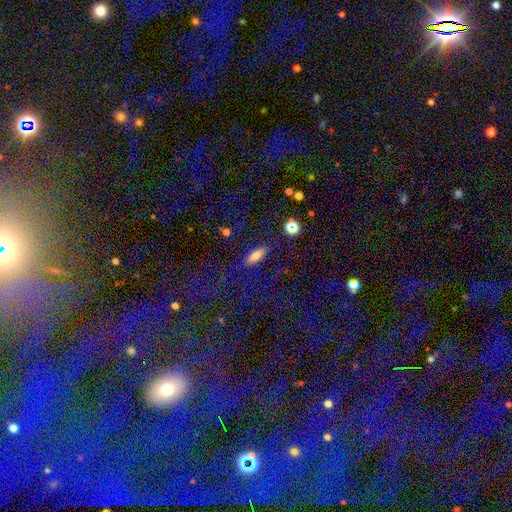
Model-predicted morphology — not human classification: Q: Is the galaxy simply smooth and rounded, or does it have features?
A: smooth — 67%.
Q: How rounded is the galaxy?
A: in between — 51%.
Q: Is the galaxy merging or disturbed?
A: none — 84%.